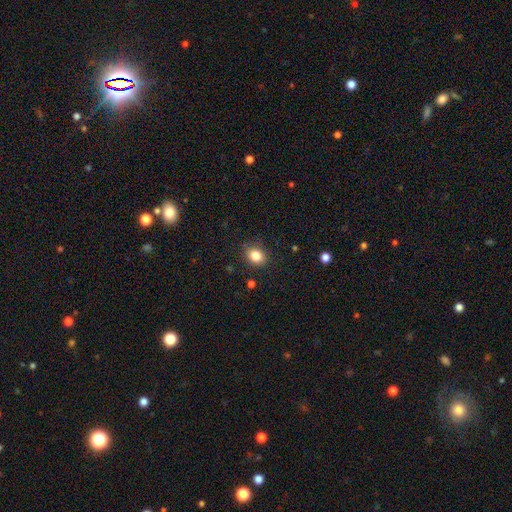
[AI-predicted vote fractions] Morphology: type=smooth (83%); roundness=round (51%); merging=none (86%).